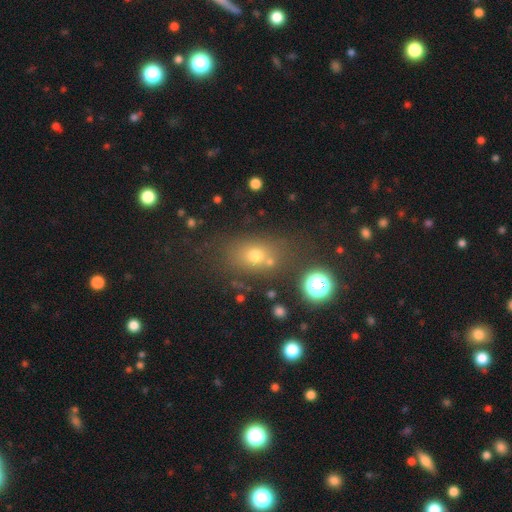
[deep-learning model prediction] This appears to be a smooth galaxy with no disk features (67%) that is in between round and cigar-shaped (57%). Merging: none (65%).